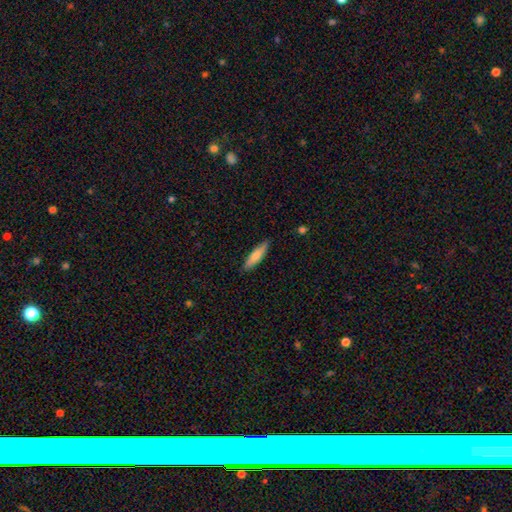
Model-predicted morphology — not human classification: The model was most divided on "how rounded": cigar-shaped: 74%, in between: 25%, round: 2%. More confident: merging — none (88%); smooth or featured — smooth (76%).